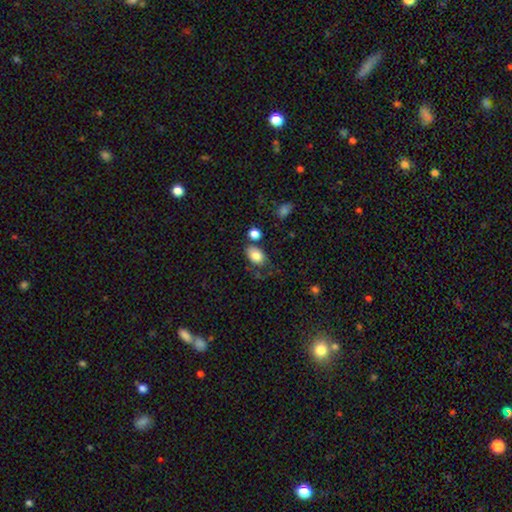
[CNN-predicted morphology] smooth_or_featured: smooth (p=0.81) [alt: featured or disk p=0.10]
how_rounded: in between (p=0.87) [alt: round p=0.12]
merging: none (p=0.61) [alt: minor disturbance p=0.20]